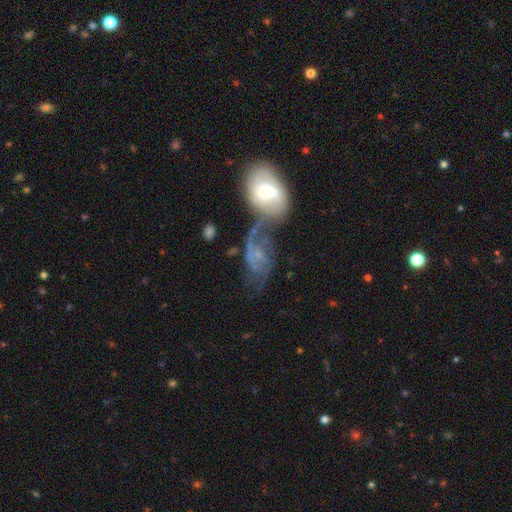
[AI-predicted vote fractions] A featured or disk galaxy (59%) with no bar (64%), spiral arms (66%) and a small central bulge (50%).

Vote fractions:
- Smooth or featured? featured or disk: 59% / smooth: 31% / star or artifact: 10%
- Edge-on disk? no: 96% / yes: 4%
- Bar? no: 64% / weak: 29% / strong: 8%
- Spiral arms? yes: 66% / no: 34%
- Bulge size? small: 50% / moderate: 25% / none: 20% / large: 3% / dominant: 2%
- Merging? merger: 49% / major disturbance: 22% / none: 16% / minor disturbance: 12%